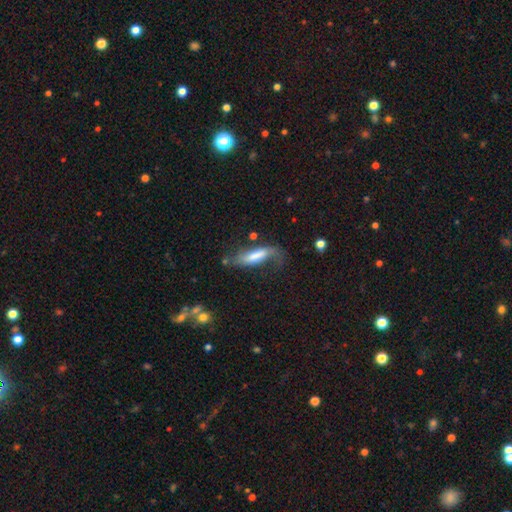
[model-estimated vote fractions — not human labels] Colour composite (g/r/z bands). It shows a smooth galaxy with no disk features (58%) that is cigar-shaped (54%). Merging: none (38%).